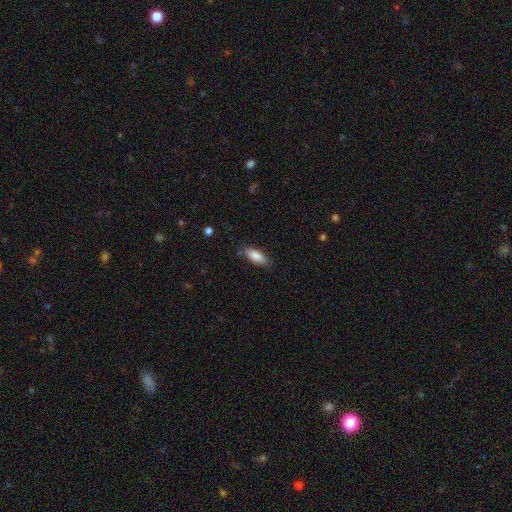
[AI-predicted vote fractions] This is clearly a smooth galaxy (85%). How rounded: likely in between (71%). Merging: clearly none (81%).